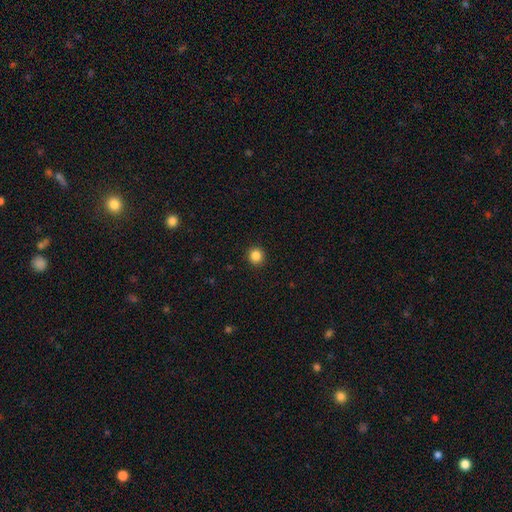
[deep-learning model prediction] Morphology: type=smooth (86%); roundness=round (93%); merging=none (93%).